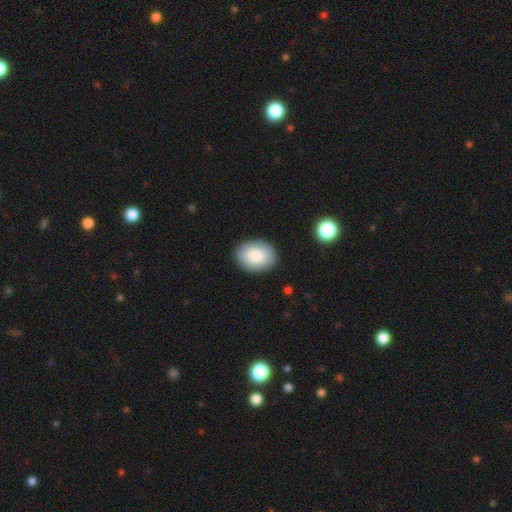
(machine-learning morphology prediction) Smooth or featured? smooth (86%)
How rounded? in between (67%)
Merging? none (88%)